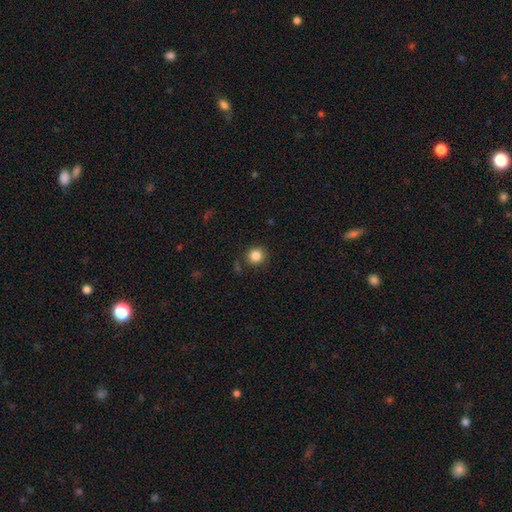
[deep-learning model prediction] A smooth galaxy with no disk features (84%) that is round (91%).

Vote fractions:
- Smooth or featured? smooth: 84% / star or artifact: 11% / featured or disk: 5%
- How rounded? round: 91% / in between: 8% / cigar-shaped: 1%
- Merging? none: 86% / minor disturbance: 9% / major disturbance: 3% / merger: 3%